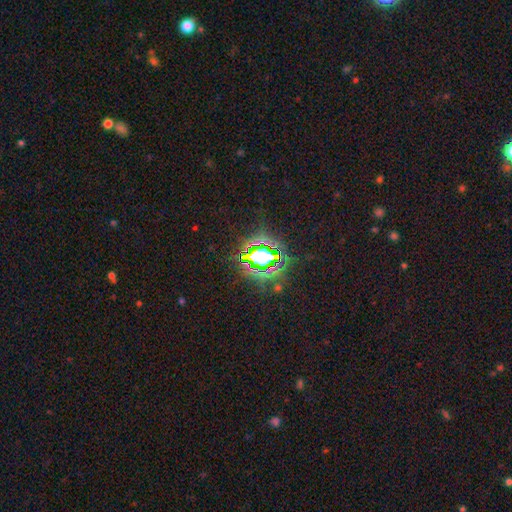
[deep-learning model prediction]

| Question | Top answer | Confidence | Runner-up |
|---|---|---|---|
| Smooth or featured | star or artifact | 76% | smooth (14%) |